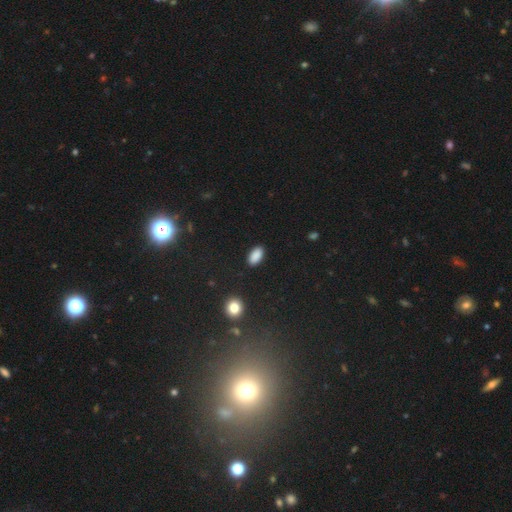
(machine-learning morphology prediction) The model was most divided on "smooth or featured": smooth: 88%, star or artifact: 9%, featured or disk: 3%. More confident: how rounded — in between (93%); merging — none (88%).